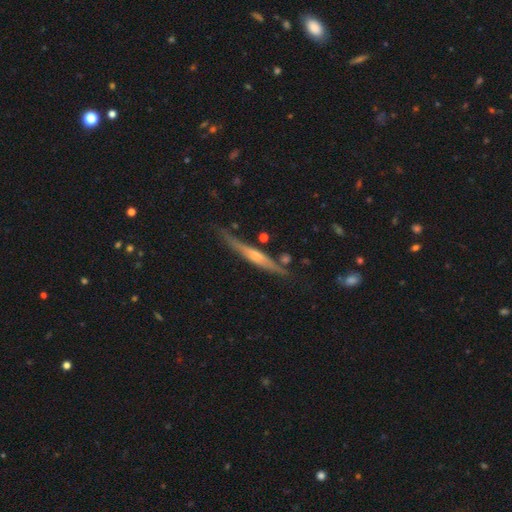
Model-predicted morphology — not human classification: This appears to be a featured or disk galaxy (68%) viewed edge-on (96%) with a rounded central bulge (56%). Merging: none (78%).